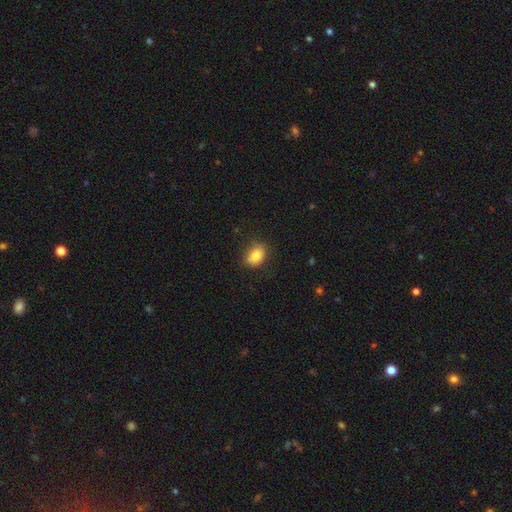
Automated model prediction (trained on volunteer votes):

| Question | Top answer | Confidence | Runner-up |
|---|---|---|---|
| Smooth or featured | smooth | 85% | star or artifact (9%) |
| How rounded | in between | 74% | round (24%) |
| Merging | none | 78% | minor disturbance (17%) |